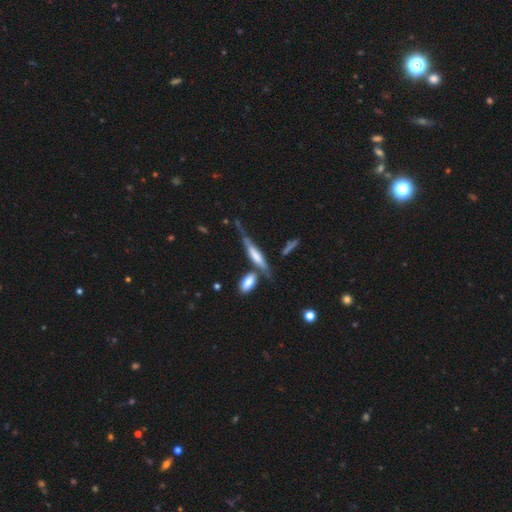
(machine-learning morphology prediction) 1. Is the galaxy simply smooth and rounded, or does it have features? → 54% featured or disk, 39% smooth, 7% star or artifact.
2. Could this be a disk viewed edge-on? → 86% yes, 14% no.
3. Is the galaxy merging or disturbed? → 48% none, 22% minor disturbance, 18% merger, 12% major disturbance.